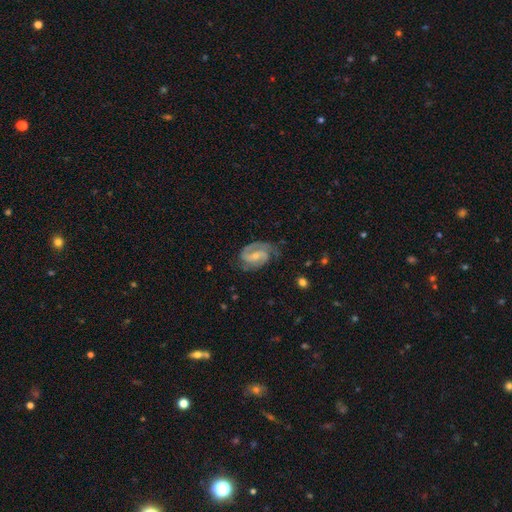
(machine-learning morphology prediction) Q: Smooth or featured?
A: featured or disk (86%); runner-up: smooth (9%)
Q: Edge-on disk?
A: no (97%); runner-up: yes (3%)
Q: Bar?
A: weak (48%); runner-up: no (28%)
Q: Spiral arms?
A: yes (96%); runner-up: no (4%)
Q: Spiral winding?
A: medium (50%); runner-up: tight (34%)
Q: Spiral arm count?
A: 2 (85%); runner-up: 1 (6%)
Q: Bulge size?
A: small (58%); runner-up: moderate (35%)
Q: Merging?
A: none (69%); runner-up: minor disturbance (21%)